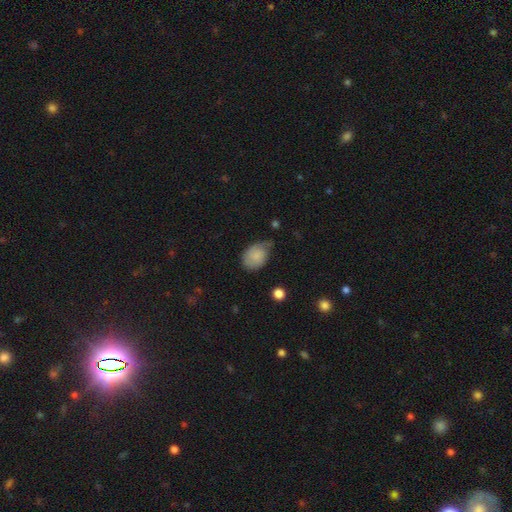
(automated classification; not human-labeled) The model was most divided on "merging": minor disturbance: 41%, none: 40%, major disturbance: 16%, merger: 3%. More confident: how rounded — in between (74%); smooth or featured — smooth (69%).